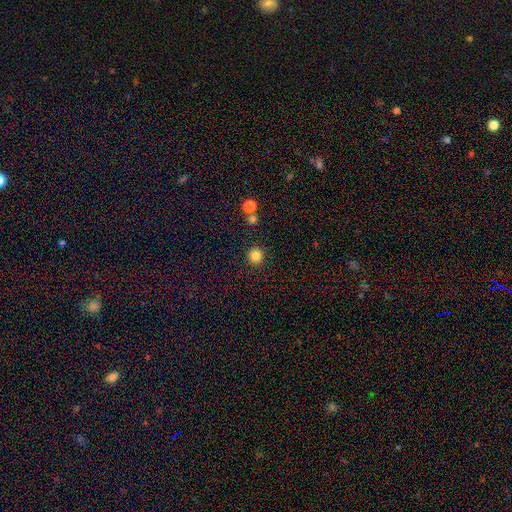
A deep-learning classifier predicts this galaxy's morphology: This is clearly a smooth galaxy (84%). How rounded: clearly round (94%). Merging: clearly none (90%).